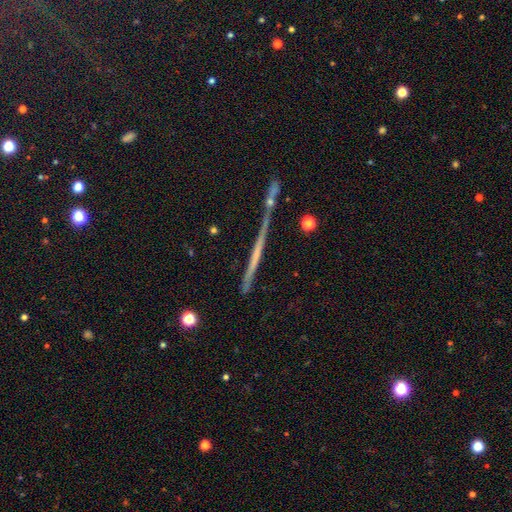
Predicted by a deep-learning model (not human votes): Overall: featured or disk (62%; smooth 28%). Edge-on disk: yes (96%). Edge-on bulge: none (85%). Merging: none (77%).